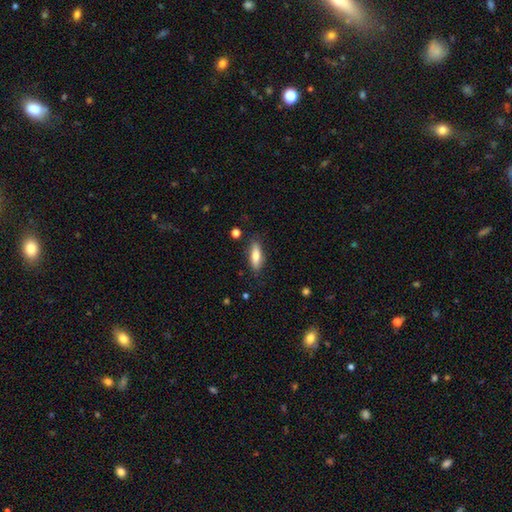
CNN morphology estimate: smooth 74%, featured or disk 19%, star or artifact 6%. Down the decision tree: how rounded — in between (63%); merging — none (82%).